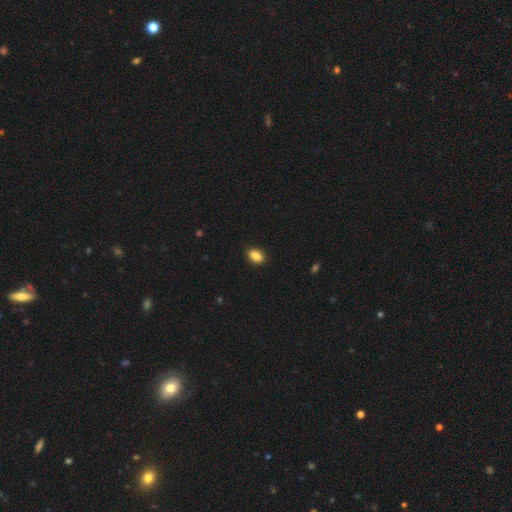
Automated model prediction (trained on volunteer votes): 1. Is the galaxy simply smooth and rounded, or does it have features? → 87% smooth, 8% star or artifact, 4% featured or disk.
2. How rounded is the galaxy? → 87% in between, 11% round, 2% cigar-shaped.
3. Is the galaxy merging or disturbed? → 90% none, 8% minor disturbance, 2% major disturbance, 1% merger.